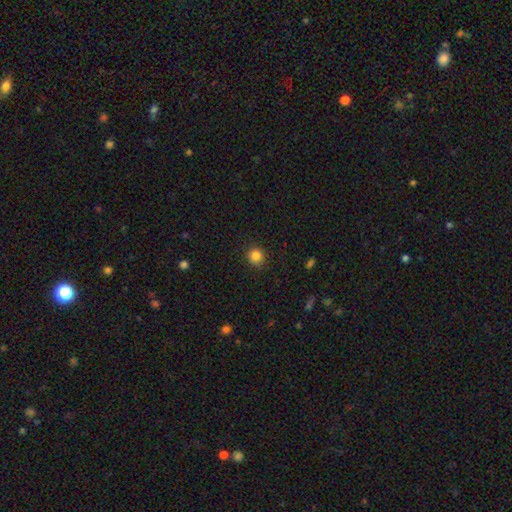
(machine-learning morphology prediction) smooth 85%, star or artifact 11%, featured or disk 4%. Down the decision tree: how rounded — round (91%); merging — none (90%).